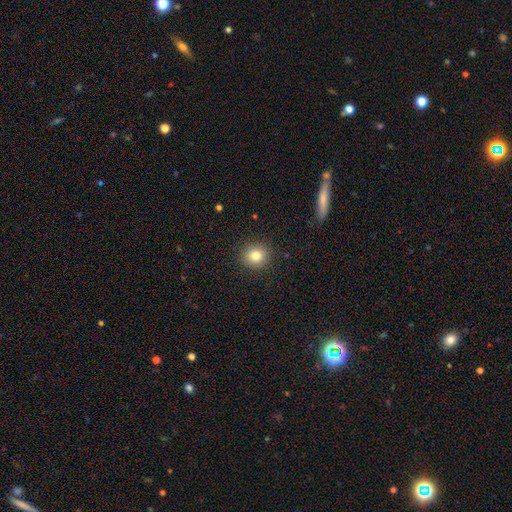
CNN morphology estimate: smooth-or-featured: smooth: 81% | star or artifact: 11% | featured or disk: 8%
  how-rounded: round: 88% | in between: 11% | cigar-shaped: 1%
  merging: none: 90% | minor disturbance: 6% | major disturbance: 2% | merger: 1%